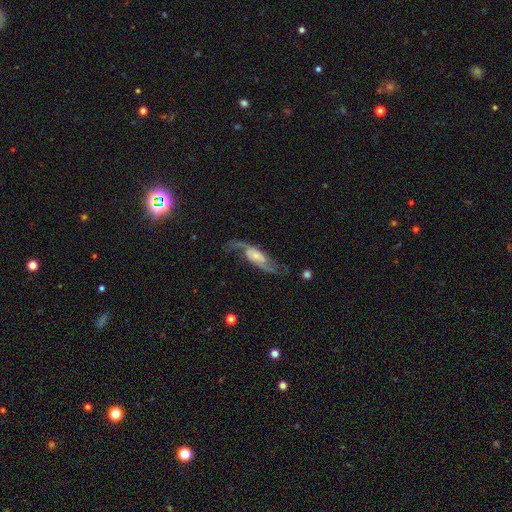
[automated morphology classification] A featured or disk galaxy (81%) with no bar (52%), 2 (90%) loose (64%) spiral arms (95%) and a small central bulge (48%). Merging: none (62%).